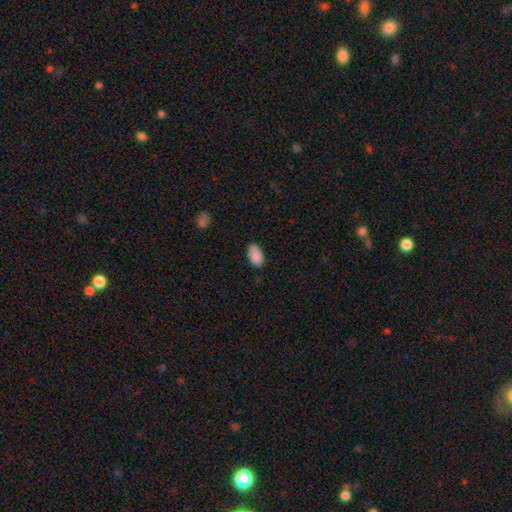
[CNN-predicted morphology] Smooth or featured?
  - smooth: 88% *
  - star or artifact: 8%
  - featured or disk: 4%
How rounded?
  - in between: 94% *
  - round: 4%
  - cigar-shaped: 2%
Merging?
  - none: 73% *
  - minor disturbance: 22%
  - major disturbance: 4%
  - merger: 2%